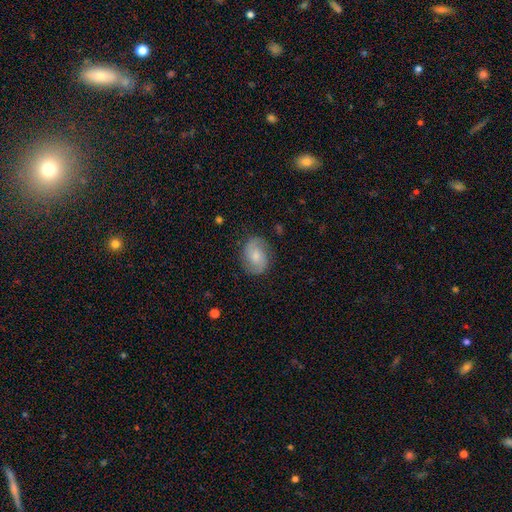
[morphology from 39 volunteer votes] Volunteers were most divided on "spiral winding": loose: 37%, tight: 32%, medium: 32%. More confident: spiral arm count — 2 (100%); edge-on disk — no (96%); merging — none (92%); spiral arms — yes (79%); smooth or featured — featured or disk (64%); bar — no (54%); bulge size — moderate (54%).